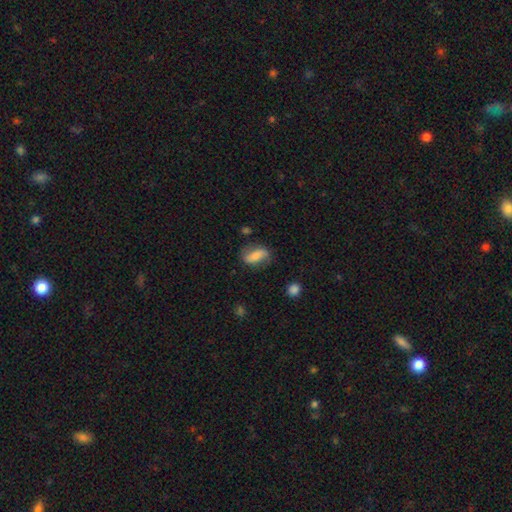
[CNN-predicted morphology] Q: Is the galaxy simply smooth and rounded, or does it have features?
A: smooth — 57%.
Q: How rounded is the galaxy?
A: in between — 79%.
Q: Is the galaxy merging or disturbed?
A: none — 71%.